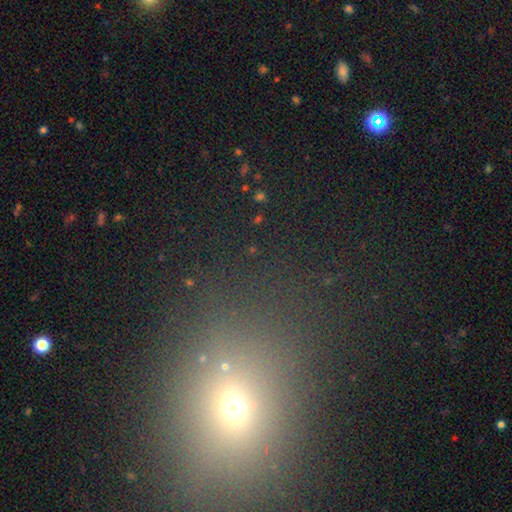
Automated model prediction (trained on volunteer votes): Q: Smooth or featured?
A: star or artifact (49%); runner-up: smooth (40%)